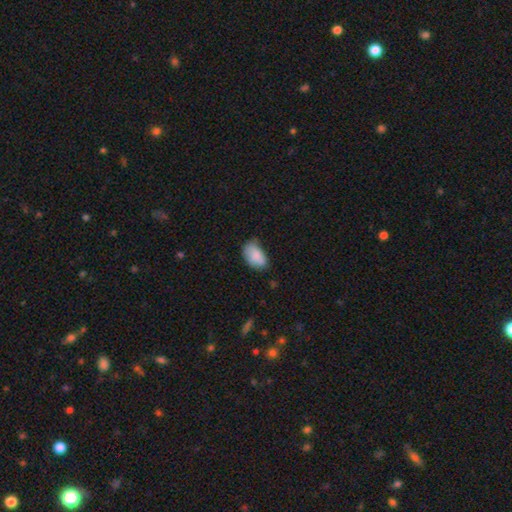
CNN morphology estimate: smooth 81%, featured or disk 12%, star or artifact 7%. Down the decision tree: how rounded — in between (91%); merging — none (49%).